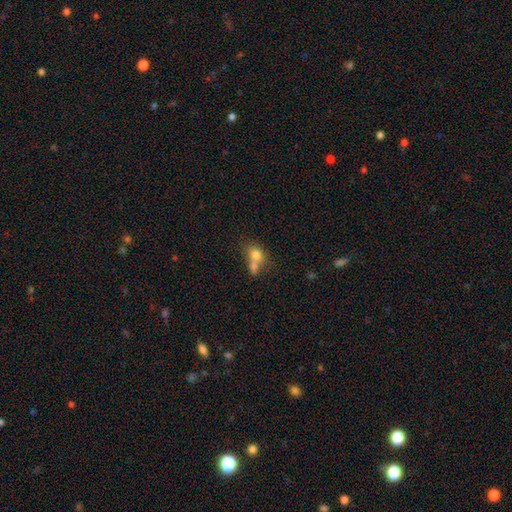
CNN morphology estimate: A smooth galaxy with no disk features (73%) that is in between round and cigar-shaped (49%). Merging: merger (56%).